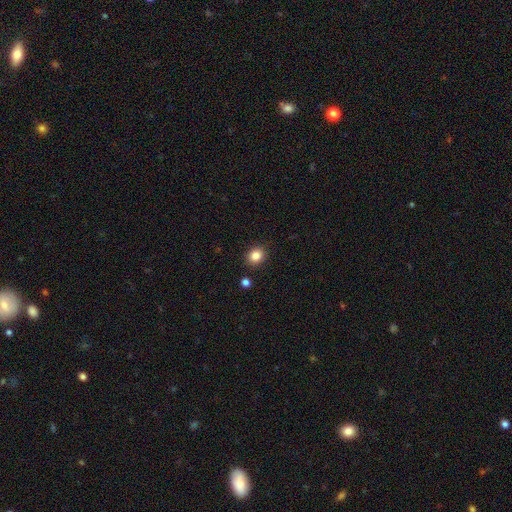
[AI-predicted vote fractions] A smooth galaxy with no disk features (85%) that is round (66%). Merging: none (88%).